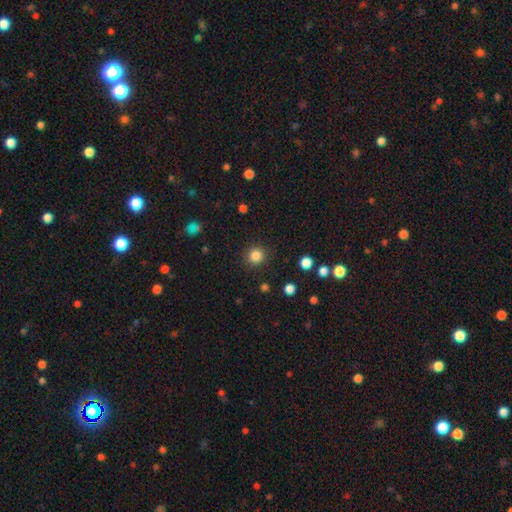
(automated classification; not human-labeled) smooth_or_featured: smooth (p=0.84) [alt: star or artifact p=0.12]
how_rounded: round (p=0.93) [alt: in between p=0.06]
merging: none (p=0.90) [alt: minor disturbance p=0.06]